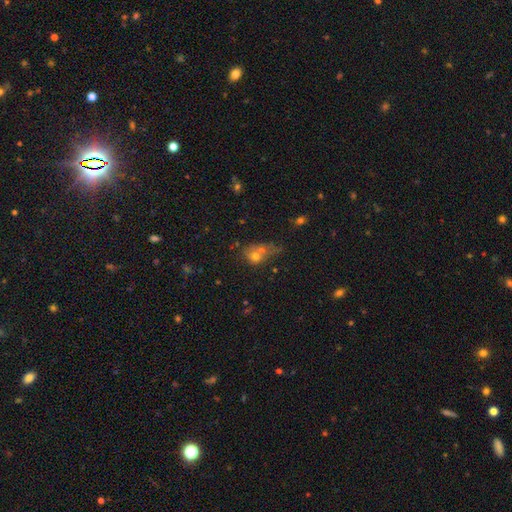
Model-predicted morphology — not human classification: smooth_or_featured: smooth (p=0.61) [alt: star or artifact p=0.21]
how_rounded: round (p=0.62) [alt: in between p=0.35]
merging: merger (p=0.46) [alt: none p=0.29]